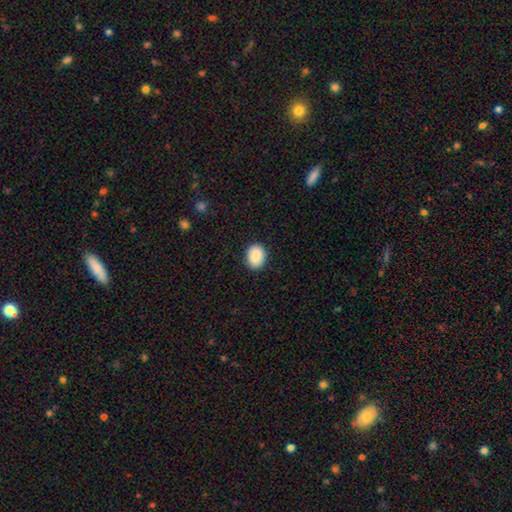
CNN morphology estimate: This is clearly a smooth galaxy (89%). How rounded: likely in between (66%). Merging: clearly none (88%).